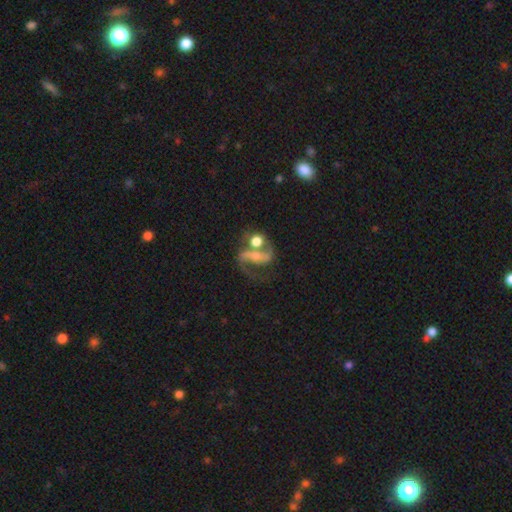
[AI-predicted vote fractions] A featured or disk galaxy (75%) with a strong bar (39%), 2 (82%) loose (53%) spiral arms (88%) and a moderate central bulge (43%).

Vote fractions:
- Smooth or featured? featured or disk: 75% / smooth: 16% / star or artifact: 9%
- Edge-on disk? no: 96% / yes: 4%
- Bar? strong: 39% / weak: 32% / no: 29%
- Spiral arms? yes: 88% / no: 12%
- Spiral winding? loose: 53% / medium: 38% / tight: 9%
- Spiral arm count? 2: 82% / 1: 12% / can't tell: 3% / 3: 1% / 4: 1% / more than 4: 1%
- Bulge size? moderate: 43% / small: 34% / large: 11% / none: 9% / dominant: 3%
- Merging? none: 37% / merger: 32% / major disturbance: 18% / minor disturbance: 13%